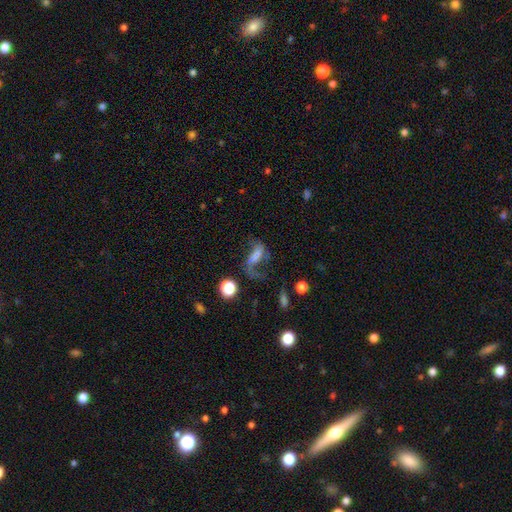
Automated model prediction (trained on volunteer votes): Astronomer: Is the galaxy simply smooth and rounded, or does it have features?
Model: featured or disk — 53% (runner-up: smooth, 31%).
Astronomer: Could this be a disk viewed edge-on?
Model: no — 89%.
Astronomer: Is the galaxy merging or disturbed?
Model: none — 41% (runner-up: major disturbance, 35%).